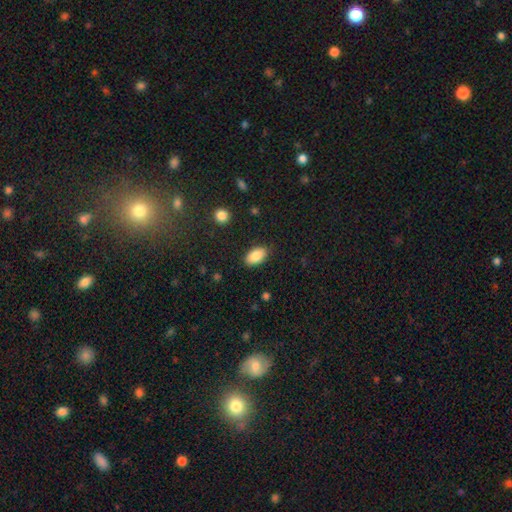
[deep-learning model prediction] smooth_or_featured: smooth (p=0.87) [alt: star or artifact p=0.07]
how_rounded: in between (p=0.94) [alt: round p=0.04]
merging: none (p=0.86) [alt: minor disturbance p=0.10]